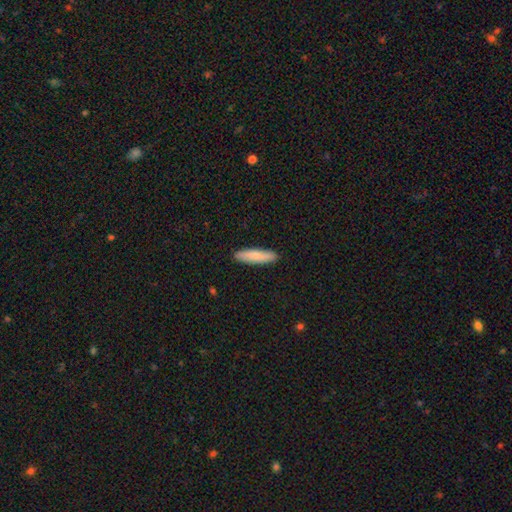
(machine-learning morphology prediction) Q: Smooth or featured?
A: smooth (80%); runner-up: featured or disk (14%)
Q: How rounded?
A: cigar-shaped (77%); runner-up: in between (22%)
Q: Merging?
A: none (90%); runner-up: minor disturbance (7%)